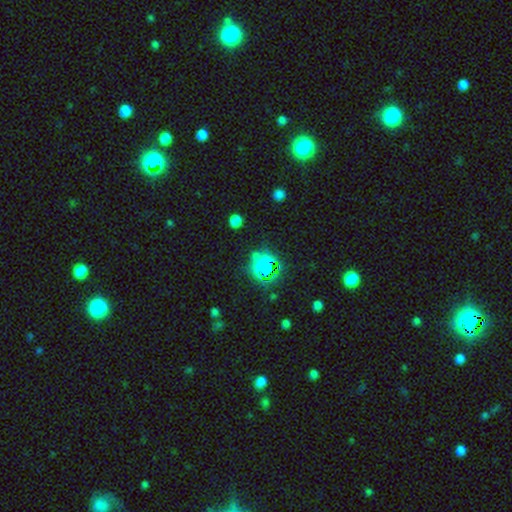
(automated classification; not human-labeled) A star or artifact, not a galaxy (57%).

Vote fractions:
- Smooth or featured? star or artifact: 57% / smooth: 35% / featured or disk: 8%